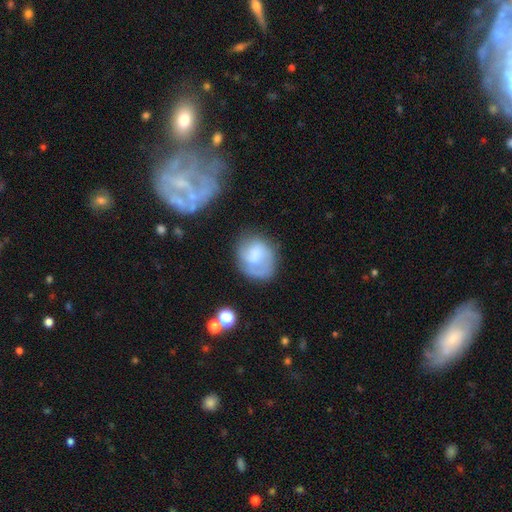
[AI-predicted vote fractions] Q: Smooth or featured?
A: smooth (52%); runner-up: featured or disk (39%)
Q: How rounded?
A: round (57%); runner-up: in between (42%)
Q: Merging?
A: none (54%); runner-up: minor disturbance (25%)